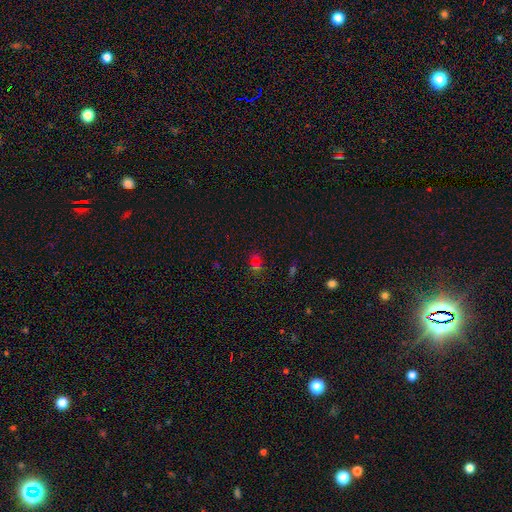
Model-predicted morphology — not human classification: Smooth or featured?
  - smooth: 45% *
  - star or artifact: 44%
  - featured or disk: 11%
Merging?
  - none: 69% *
  - minor disturbance: 14%
  - merger: 11%
  - major disturbance: 6%